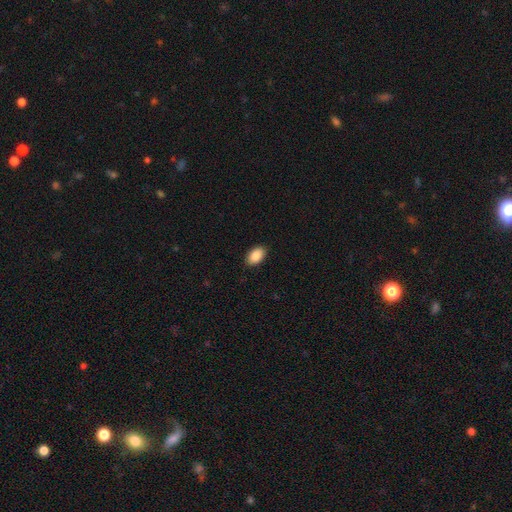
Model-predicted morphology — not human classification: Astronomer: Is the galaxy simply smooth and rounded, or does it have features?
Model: smooth — 89%.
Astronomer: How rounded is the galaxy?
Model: in between — 92%.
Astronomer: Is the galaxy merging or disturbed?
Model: none — 90%.